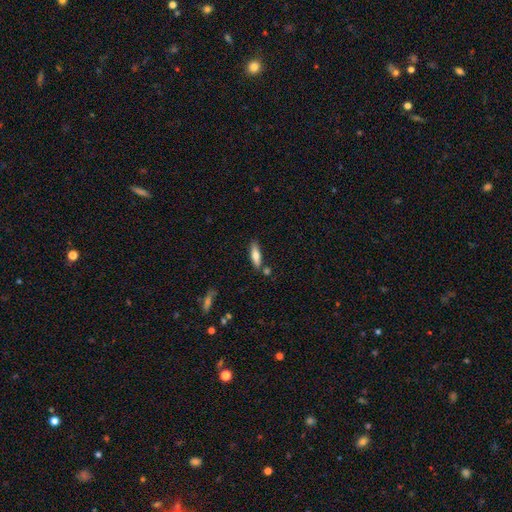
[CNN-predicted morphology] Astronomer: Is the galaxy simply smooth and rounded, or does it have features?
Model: smooth — 68%.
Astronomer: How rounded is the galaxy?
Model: cigar-shaped — 57% (runner-up: in between, 41%).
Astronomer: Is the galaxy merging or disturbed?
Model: none — 77%.